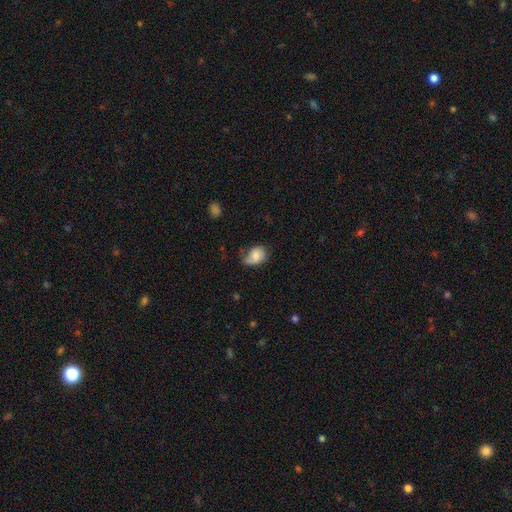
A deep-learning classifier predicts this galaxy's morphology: smooth-or-featured: smooth: 67% | featured or disk: 24% | star or artifact: 8%
  how-rounded: in between: 73% | round: 26% | cigar-shaped: 1%
  merging: none: 42% | minor disturbance: 39% | major disturbance: 15% | merger: 3%